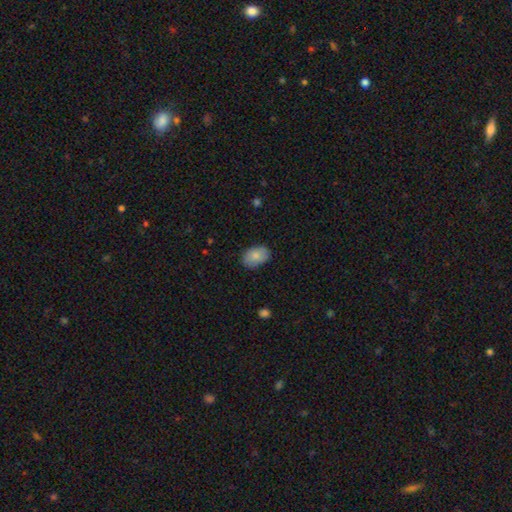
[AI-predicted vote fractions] A smooth galaxy with no disk features (86%) that is in between round and cigar-shaped (86%).

Vote fractions:
- Smooth or featured? smooth: 86% / featured or disk: 8% / star or artifact: 7%
- How rounded? in between: 86% / round: 13% / cigar-shaped: 1%
- Merging? none: 83% / minor disturbance: 13% / major disturbance: 3% / merger: 1%